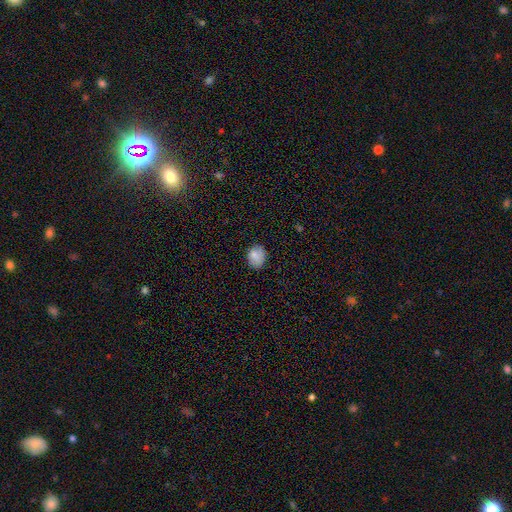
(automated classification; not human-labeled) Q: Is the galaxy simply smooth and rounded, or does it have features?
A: smooth — 84%.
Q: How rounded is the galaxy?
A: in between — 51%.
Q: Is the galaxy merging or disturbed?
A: none — 79%.